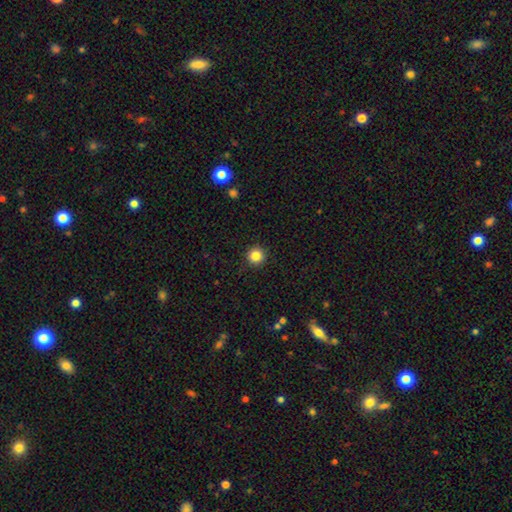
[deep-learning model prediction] Overall: smooth (85%). How rounded: round (96%). Merging: none (93%).